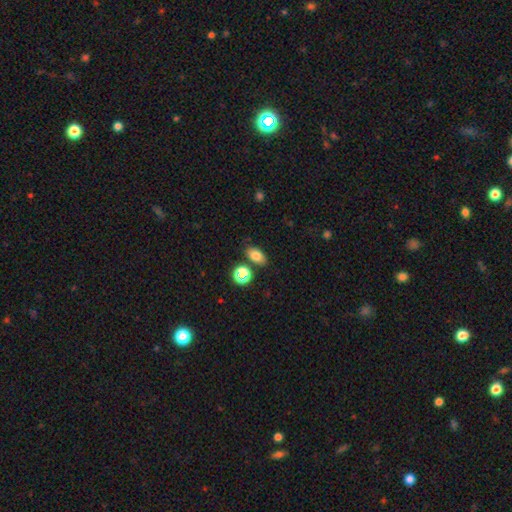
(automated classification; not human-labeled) smooth 77%, star or artifact 13%, featured or disk 10%. Down the decision tree: how rounded — in between (85%); merging — none (79%).